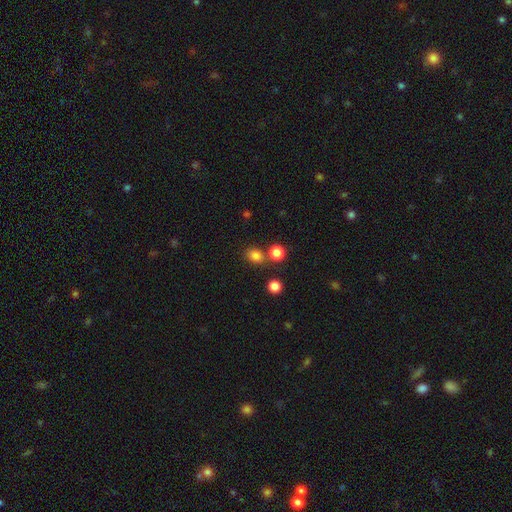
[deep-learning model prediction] This appears to be a smooth galaxy with no disk features (80%) that is round (61%). Merging: none (69%).